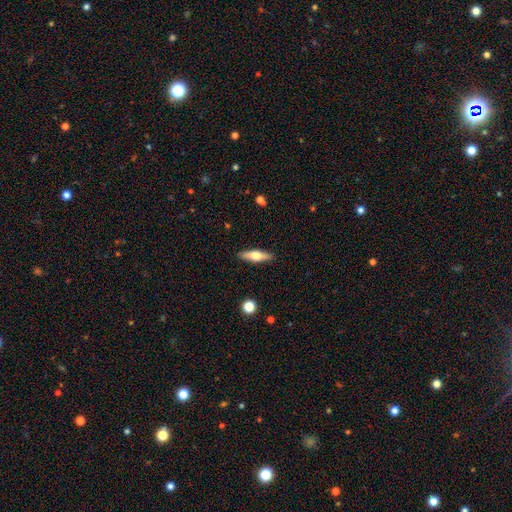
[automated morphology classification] smooth 48%, featured or disk 46%, star or artifact 6%. Down the decision tree: merging — none (90%).